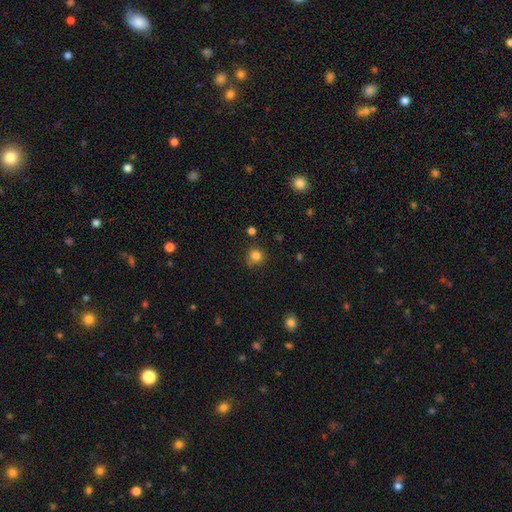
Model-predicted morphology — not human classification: This appears to be a smooth galaxy with no disk features (82%) that is round (91%). Merging: none (81%).